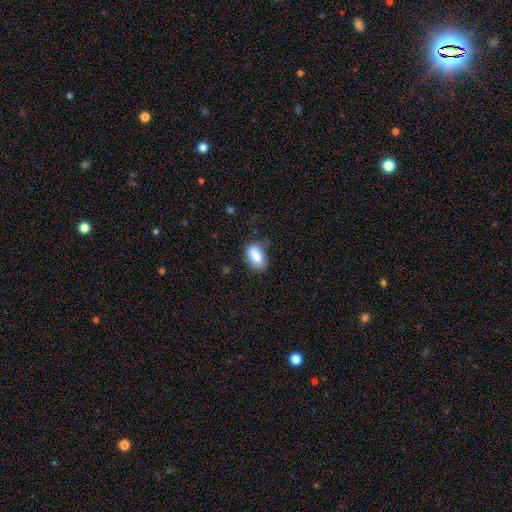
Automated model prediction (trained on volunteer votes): smooth 82%, featured or disk 10%, star or artifact 8%. Down the decision tree: how rounded — in between (88%); merging — none (64%).